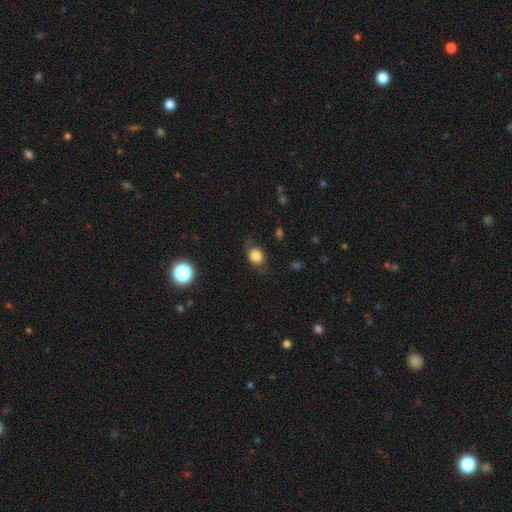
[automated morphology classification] A smooth galaxy with no disk features (82%) that is round (64%).

Vote fractions:
- Smooth or featured? smooth: 82% / star or artifact: 11% / featured or disk: 8%
- How rounded? round: 64% / in between: 34% / cigar-shaped: 1%
- Merging? none: 75% / minor disturbance: 18% / major disturbance: 6% / merger: 1%